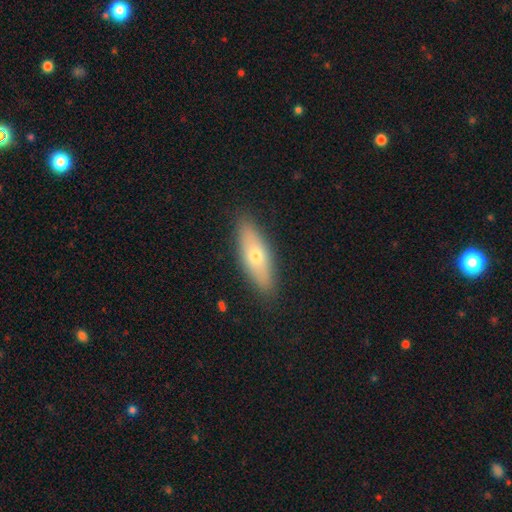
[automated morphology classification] A smooth galaxy with no disk features (61%) that is in between round and cigar-shaped (55%).

Vote fractions:
- Smooth or featured? smooth: 61% / featured or disk: 32% / star or artifact: 7%
- How rounded? in between: 55% / cigar-shaped: 42% / round: 3%
- Merging? none: 89% / minor disturbance: 8% / major disturbance: 2% / merger: 1%